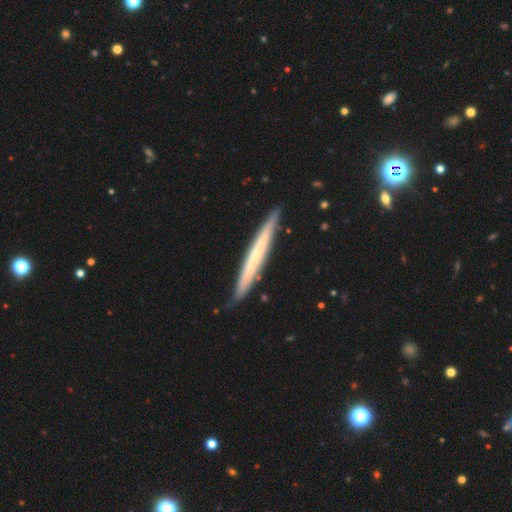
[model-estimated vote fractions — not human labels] A featured or disk galaxy (51%) viewed edge-on (95%). Merging: none (88%).